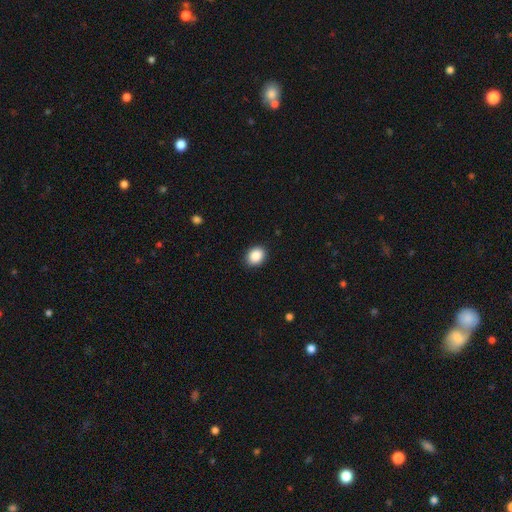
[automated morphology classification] This appears to be a smooth galaxy with no disk features (89%) that is in between round and cigar-shaped (51%). Merging: none (90%).